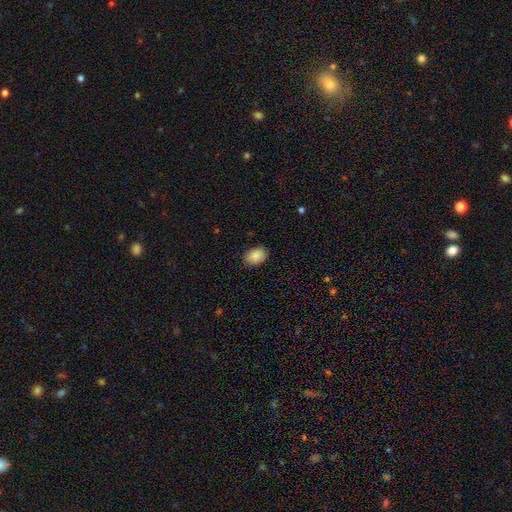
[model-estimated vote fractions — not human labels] Smooth or featured? Predicted: smooth (p=0.88). How rounded? Predicted: in between (p=0.84). Merging? Predicted: none (p=0.86).